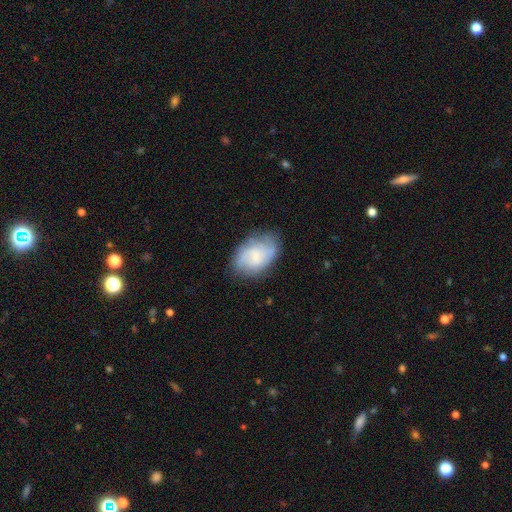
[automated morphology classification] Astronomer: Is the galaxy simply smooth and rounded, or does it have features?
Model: featured or disk — 57% (runner-up: smooth, 36%).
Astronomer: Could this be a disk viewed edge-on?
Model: no — 97%.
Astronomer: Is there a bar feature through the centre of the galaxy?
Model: no — 57% (runner-up: weak, 38%).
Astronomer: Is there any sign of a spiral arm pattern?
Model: yes — 89%.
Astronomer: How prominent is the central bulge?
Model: small — 53%.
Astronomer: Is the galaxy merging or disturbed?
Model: none — 71%.